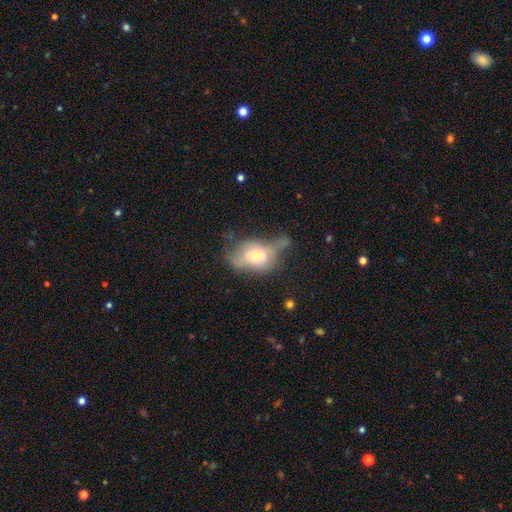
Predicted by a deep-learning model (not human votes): A smooth galaxy with no disk features (53%) that is in between round and cigar-shaped (80%).

Vote fractions:
- Smooth or featured? smooth: 53% / featured or disk: 37% / star or artifact: 10%
- How rounded? in between: 80% / round: 17% / cigar-shaped: 3%
- Merging? major disturbance: 31% (tied) / minor disturbance: 31% (tied) / none: 28% / merger: 11%